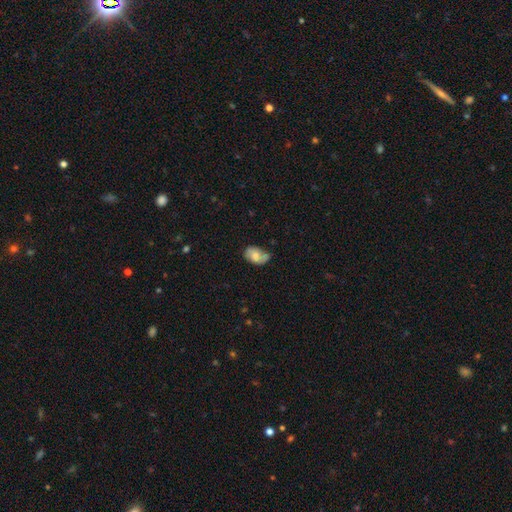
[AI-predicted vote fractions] Smooth or featured?
  - smooth: 56% *
  - featured or disk: 37%
  - star or artifact: 8%
How rounded?
  - in between: 86% *
  - round: 13%
  - cigar-shaped: 1%
Merging?
  - none: 55% *
  - minor disturbance: 31%
  - major disturbance: 7%
  - merger: 6%